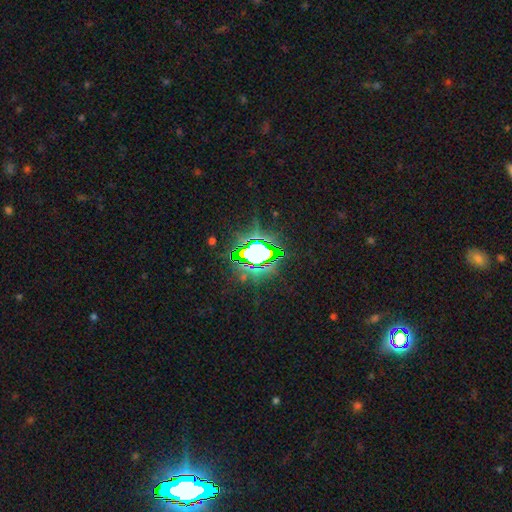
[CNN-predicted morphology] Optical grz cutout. It shows a star or artifact, not a galaxy (73%).